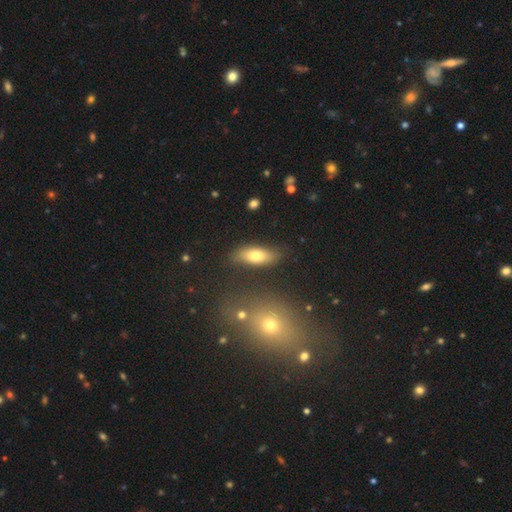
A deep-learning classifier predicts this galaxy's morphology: Q: Smooth or featured?
A: smooth (72%); runner-up: featured or disk (20%)
Q: How rounded?
A: in between (75%); runner-up: cigar-shaped (21%)
Q: Merging?
A: none (80%); runner-up: minor disturbance (13%)